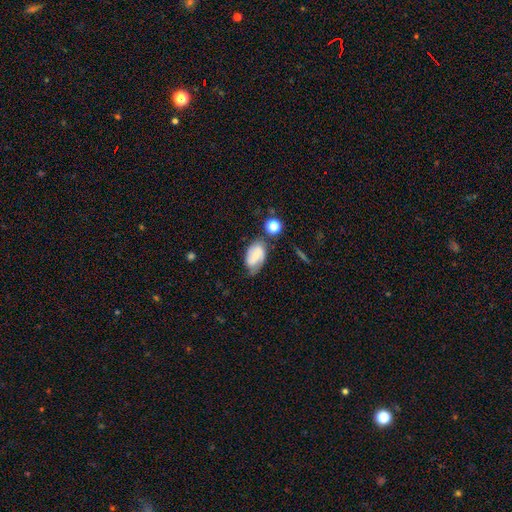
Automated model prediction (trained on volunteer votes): smooth-or-featured: smooth: 46% | featured or disk: 45% | star or artifact: 9%
  merging: none: 56% | minor disturbance: 28% | major disturbance: 9% | merger: 7%